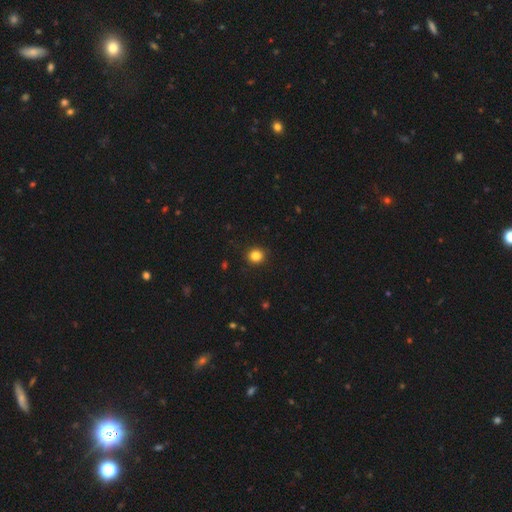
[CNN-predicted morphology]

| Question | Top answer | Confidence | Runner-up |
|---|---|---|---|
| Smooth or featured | smooth | 84% | star or artifact (12%) |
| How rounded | round | 91% | in between (8%) |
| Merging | none | 92% | minor disturbance (5%) |